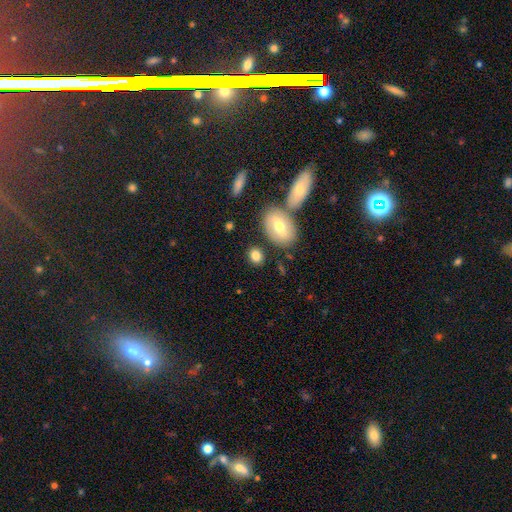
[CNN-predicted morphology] smooth-or-featured: smooth: 78% | featured or disk: 13% | star or artifact: 8%
  how-rounded: in between: 60% | round: 38% | cigar-shaped: 2%
  merging: none: 75% | minor disturbance: 12% | merger: 9% | major disturbance: 4%